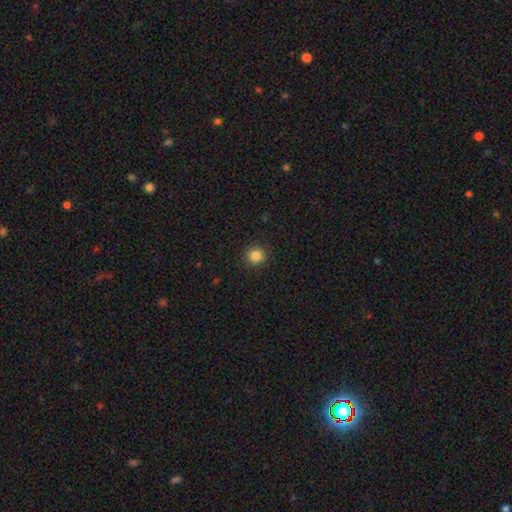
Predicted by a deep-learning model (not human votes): A smooth galaxy with no disk features (85%) that is round (92%).

Vote fractions:
- Smooth or featured? smooth: 85% / star or artifact: 11% / featured or disk: 4%
- How rounded? round: 92% / in between: 7% / cigar-shaped: 1%
- Merging? none: 91% / minor disturbance: 6% / major disturbance: 2% / merger: 1%